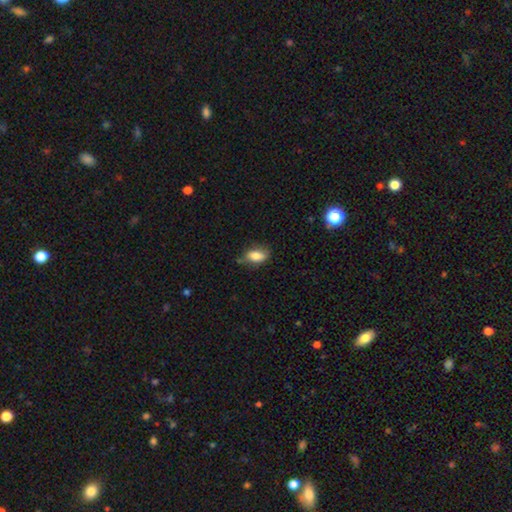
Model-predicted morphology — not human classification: Smooth or featured: smooth — 81% (featured or disk — 11%)
How rounded: in between — 88% (round — 7%)
Merging: none — 62% (minor disturbance — 28%)